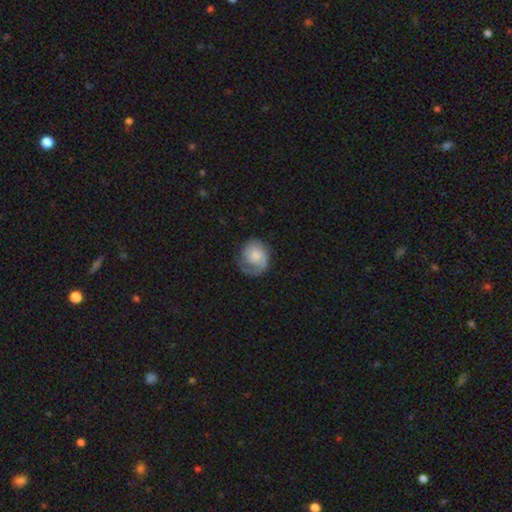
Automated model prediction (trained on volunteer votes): featured or disk 52%, smooth 42%, star or artifact 6%. Down the decision tree: edge-on disk — no (98%); bar — no (79%); spiral arms — yes (86%); bulge size — small (39%); merging — none (57%).